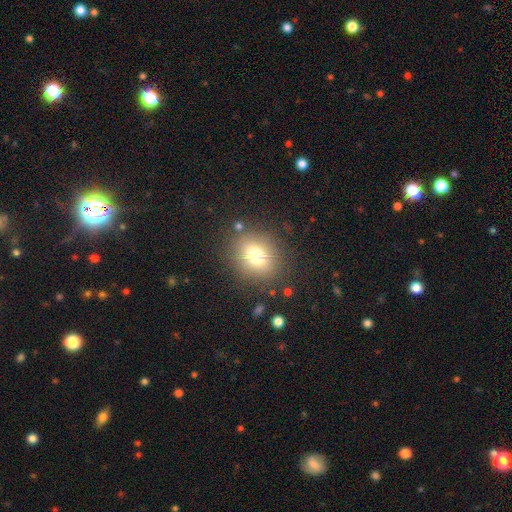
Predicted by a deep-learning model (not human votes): Smooth or featured?
  - smooth: 72% *
  - featured or disk: 14%
  - star or artifact: 14%
How rounded?
  - round: 65% *
  - in between: 34%
  - cigar-shaped: 1%
Merging?
  - none: 81% *
  - minor disturbance: 11%
  - major disturbance: 5%
  - merger: 3%